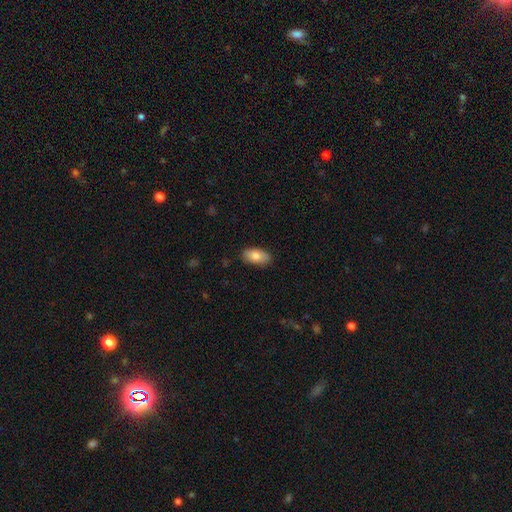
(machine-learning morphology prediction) A smooth galaxy with no disk features (80%) that is in between round and cigar-shaped (93%). Merging: none (85%).